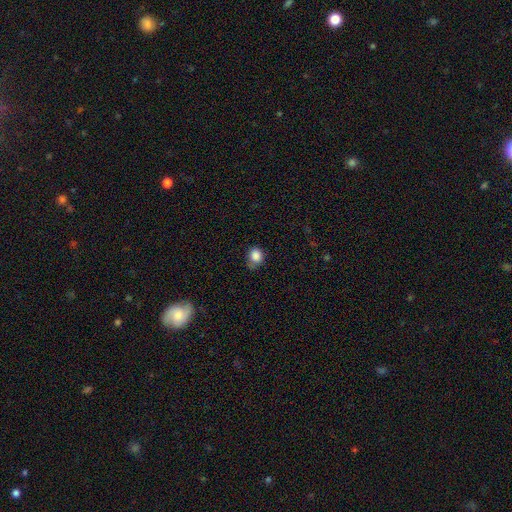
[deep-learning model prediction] smooth 86%, star or artifact 10%, featured or disk 5%. Down the decision tree: how rounded — round (69%); merging — none (58%).